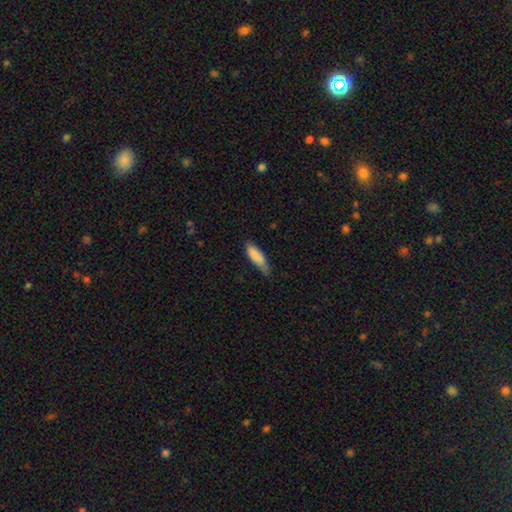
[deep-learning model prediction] smooth_or_featured: smooth (p=0.84) [alt: featured or disk p=0.10]
how_rounded: cigar-shaped (p=0.53) [alt: in between p=0.45]
merging: none (p=0.55) [alt: minor disturbance p=0.37]